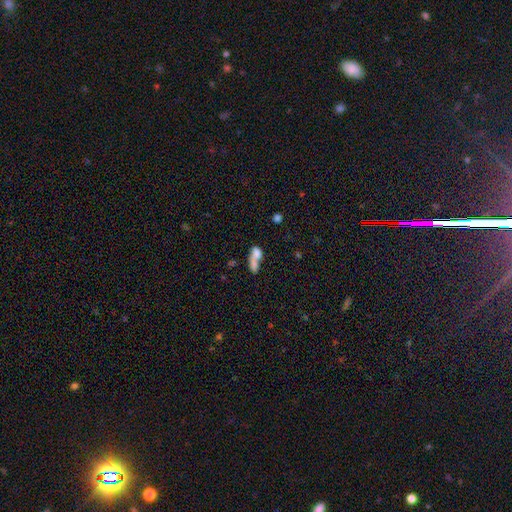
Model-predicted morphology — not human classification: Smooth or featured: smooth — 68% (featured or disk — 22%)
How rounded: in between — 68% (round — 17%)
Merging: merger — 66% (none — 16%)